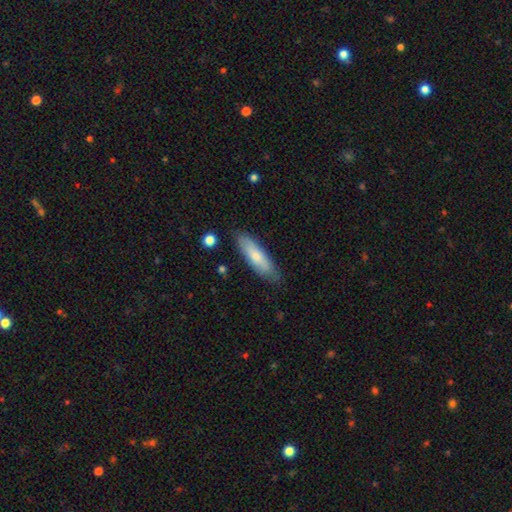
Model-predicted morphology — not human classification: Q: Smooth or featured?
A: smooth (73%); runner-up: featured or disk (22%)
Q: How rounded?
A: cigar-shaped (61%); runner-up: in between (38%)
Q: Merging?
A: none (82%); runner-up: minor disturbance (14%)